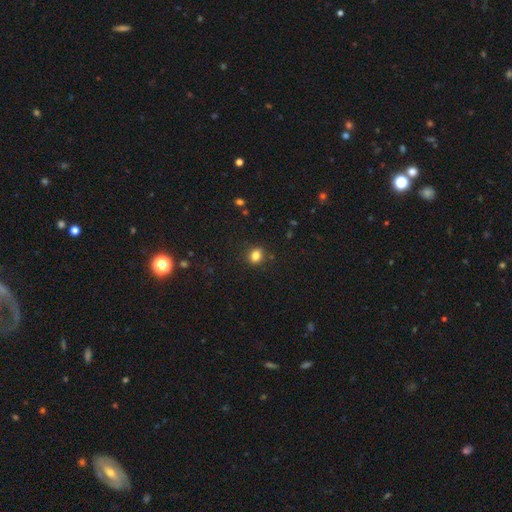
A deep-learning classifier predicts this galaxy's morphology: This appears to be a smooth galaxy with no disk features (82%) that is round (57%). Merging: none (86%).